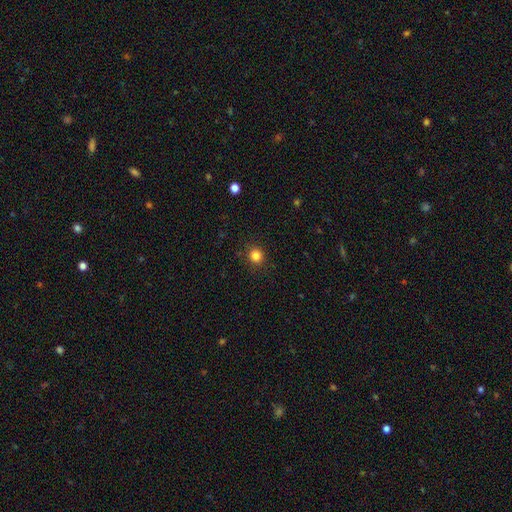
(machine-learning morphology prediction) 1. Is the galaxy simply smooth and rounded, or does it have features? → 83% smooth, 12% star or artifact, 4% featured or disk.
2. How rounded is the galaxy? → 90% round, 9% in between, 1% cigar-shaped.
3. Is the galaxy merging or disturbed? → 90% none, 6% minor disturbance, 2% major disturbance, 1% merger.